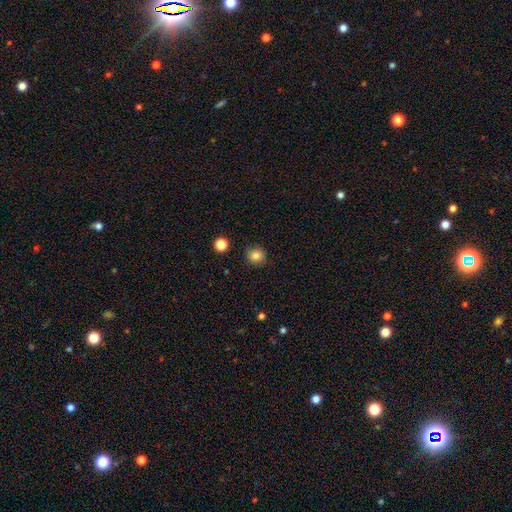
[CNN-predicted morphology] A smooth galaxy with no disk features (84%) that is round (87%).

Vote fractions:
- Smooth or featured? smooth: 84% / star or artifact: 11% / featured or disk: 5%
- How rounded? round: 87% / in between: 12% / cigar-shaped: 1%
- Merging? none: 88% / minor disturbance: 8% / major disturbance: 2% / merger: 2%